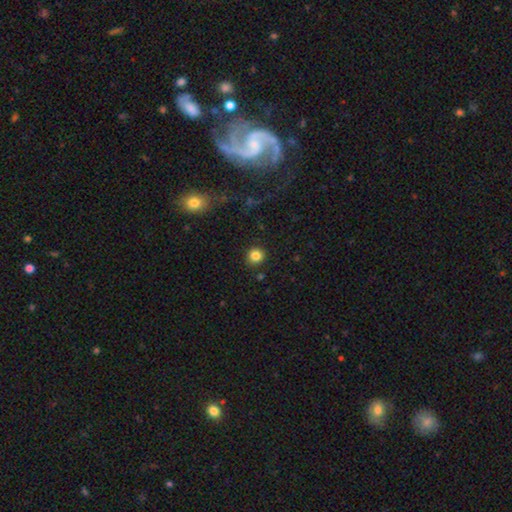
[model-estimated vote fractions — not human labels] This appears to be a smooth galaxy with no disk features (84%) that is round (89%). Merging: none (90%).